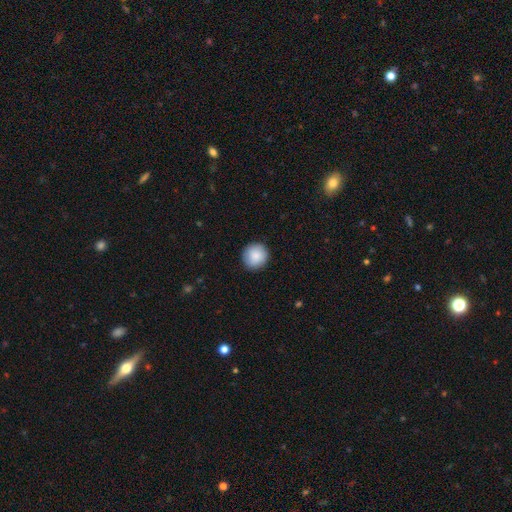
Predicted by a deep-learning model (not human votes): This appears to be a smooth galaxy with no disk features (88%) that is round (94%). Merging: none (91%).